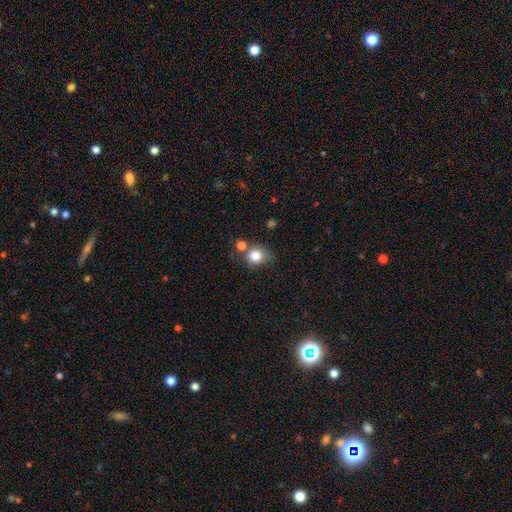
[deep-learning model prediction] Smooth or featured: smooth — 81% (star or artifact — 11%)
How rounded: round — 78% (in between — 21%)
Merging: none — 62% (merger — 18%)